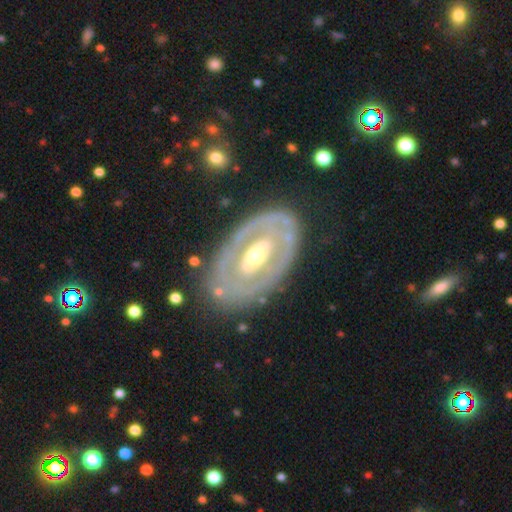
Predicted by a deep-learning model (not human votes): Smooth or featured? featured or disk (75%)
Edge-on disk? no (92%)
Bar? no (50%)
Spiral arms? no (67%)
Bulge size? moderate (62%)
Merging? none (78%)